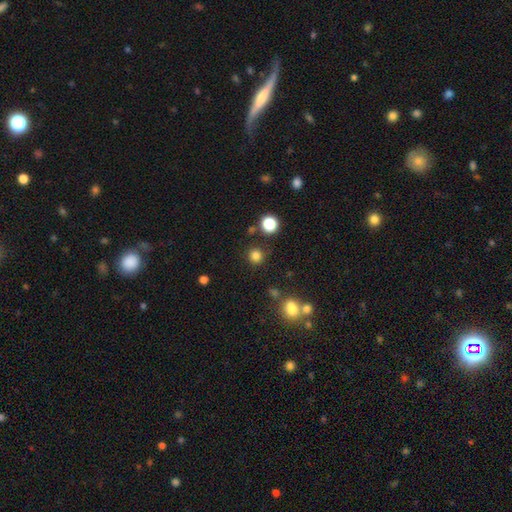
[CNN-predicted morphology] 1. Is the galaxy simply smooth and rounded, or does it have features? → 81% smooth, 15% star or artifact, 4% featured or disk.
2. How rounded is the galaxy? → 92% round, 7% in between, 1% cigar-shaped.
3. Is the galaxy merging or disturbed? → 86% none, 7% minor disturbance, 4% merger, 3% major disturbance.